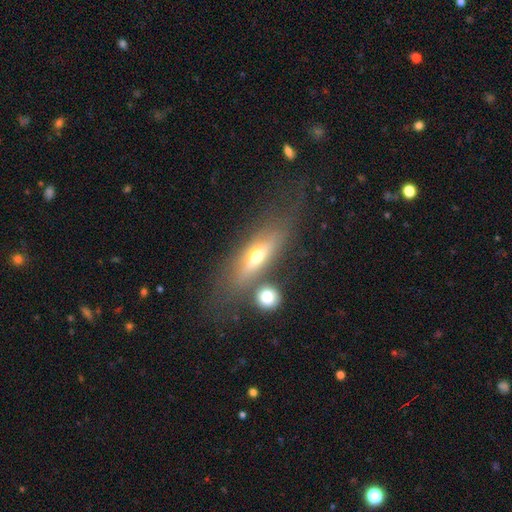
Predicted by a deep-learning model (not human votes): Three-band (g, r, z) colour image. It shows a smooth galaxy with no disk features (49%). Merging: none (54%).